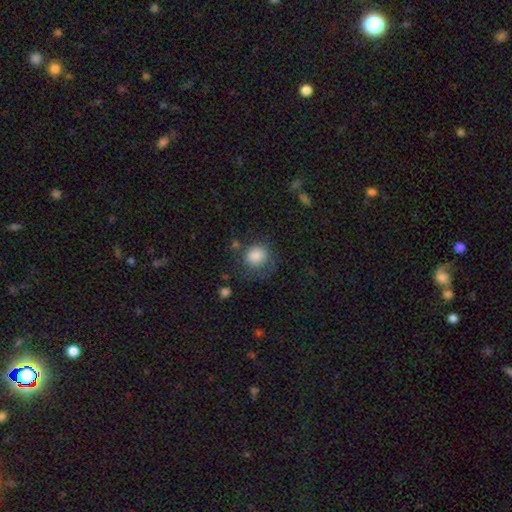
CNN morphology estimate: Q: Smooth or featured?
A: smooth (85%); runner-up: star or artifact (8%)
Q: How rounded?
A: round (83%); runner-up: in between (16%)
Q: Merging?
A: none (62%); runner-up: minor disturbance (21%)